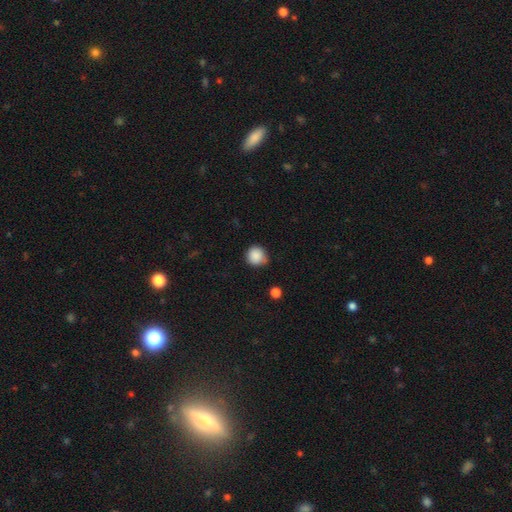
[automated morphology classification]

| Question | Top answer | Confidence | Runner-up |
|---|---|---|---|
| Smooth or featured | smooth | 87% | star or artifact (9%) |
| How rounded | round | 91% | in between (8%) |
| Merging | none | 74% | minor disturbance (20%) |